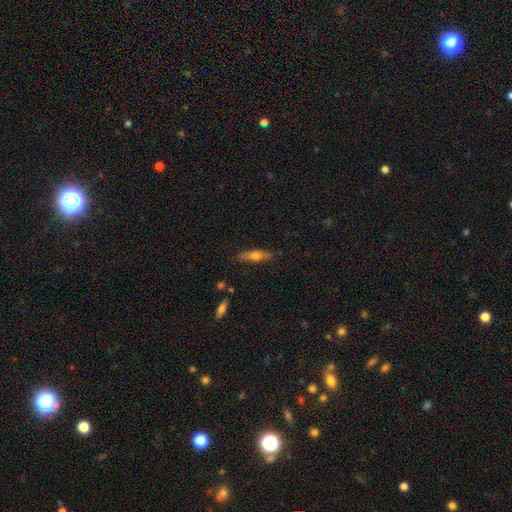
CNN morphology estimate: smooth_or_featured: smooth (p=0.52) [alt: featured or disk p=0.41]
how_rounded: cigar-shaped (p=0.68) [alt: in between p=0.30]
merging: none (p=0.83) [alt: minor disturbance p=0.13]